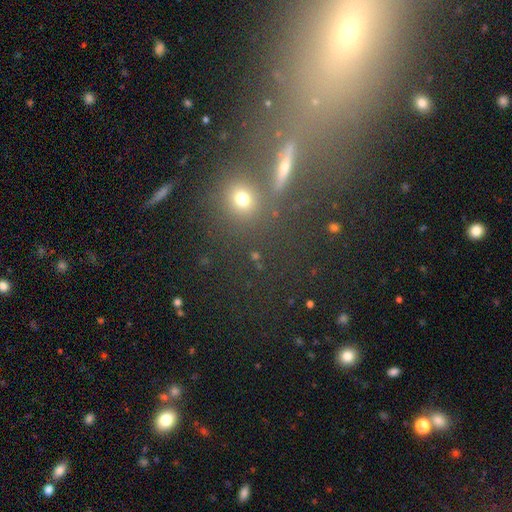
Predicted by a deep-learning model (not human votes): The model was most divided on "smooth or featured": smooth: 46%, star or artifact: 38%, featured or disk: 16%. More confident: merging — none (74%).